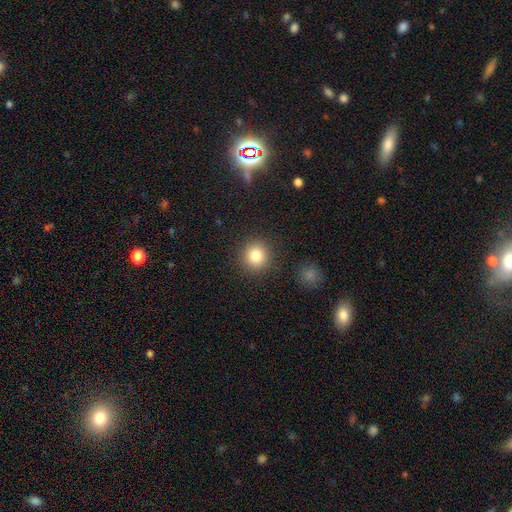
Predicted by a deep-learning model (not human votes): Q: Smooth or featured?
A: smooth (83%); runner-up: star or artifact (11%)
Q: How rounded?
A: round (92%); runner-up: in between (7%)
Q: Merging?
A: none (88%); runner-up: minor disturbance (7%)